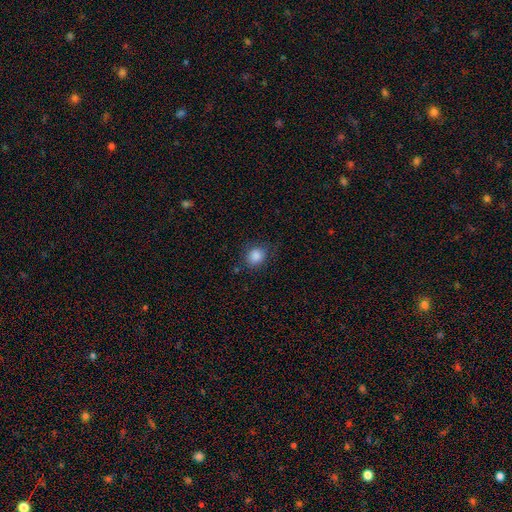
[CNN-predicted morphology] Smooth or featured? Predicted: smooth (p=0.86). How rounded? Predicted: round (p=0.63). Merging? Predicted: none (p=0.78).